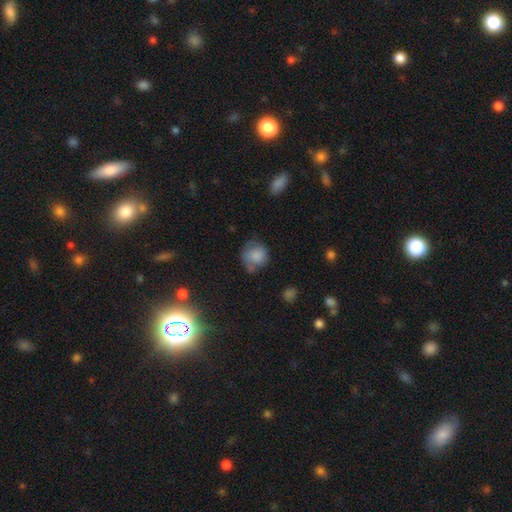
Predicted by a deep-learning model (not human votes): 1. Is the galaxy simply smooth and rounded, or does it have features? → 78% smooth, 13% featured or disk, 9% star or artifact.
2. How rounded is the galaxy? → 81% round, 19% in between, 1% cigar-shaped.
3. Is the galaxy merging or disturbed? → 48% none, 31% minor disturbance, 14% major disturbance, 7% merger.